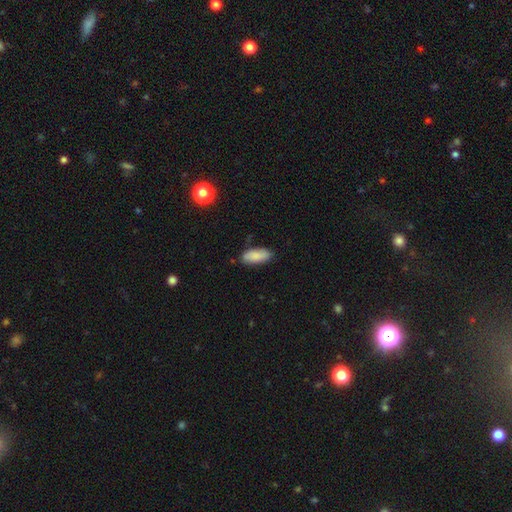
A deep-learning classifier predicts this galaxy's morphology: Smooth or featured: smooth — 87% (star or artifact — 7%)
How rounded: in between — 82% (cigar-shaped — 17%)
Merging: none — 81% (minor disturbance — 15%)